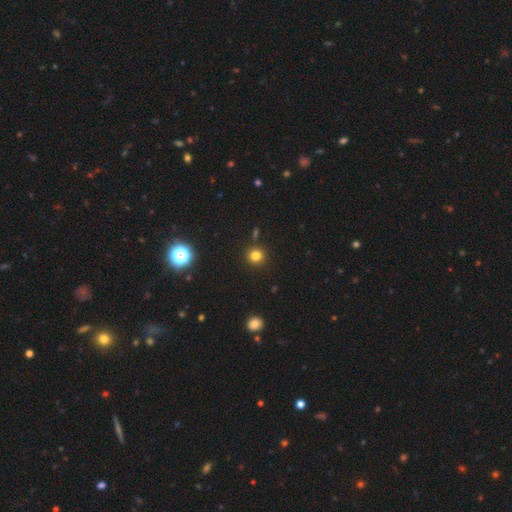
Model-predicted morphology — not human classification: Q: Smooth or featured?
A: smooth (80%); runner-up: star or artifact (15%)
Q: How rounded?
A: round (91%); runner-up: in between (8%)
Q: Merging?
A: none (89%); runner-up: minor disturbance (6%)